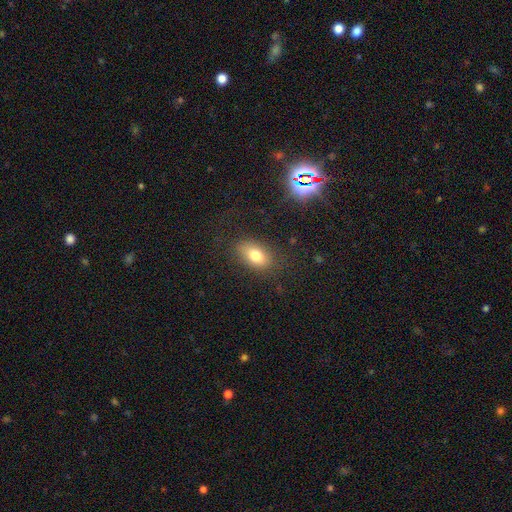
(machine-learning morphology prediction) Overall: smooth (77%). How rounded: in between (87%). Merging: none (81%).